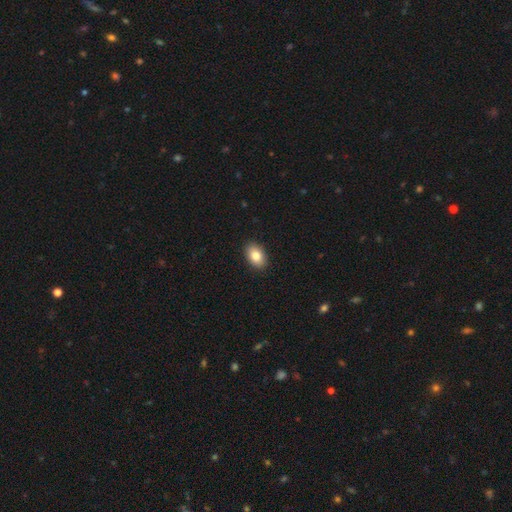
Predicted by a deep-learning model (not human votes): smooth 83%, featured or disk 9%, star or artifact 8%. Down the decision tree: how rounded — in between (87%); merging — none (90%).